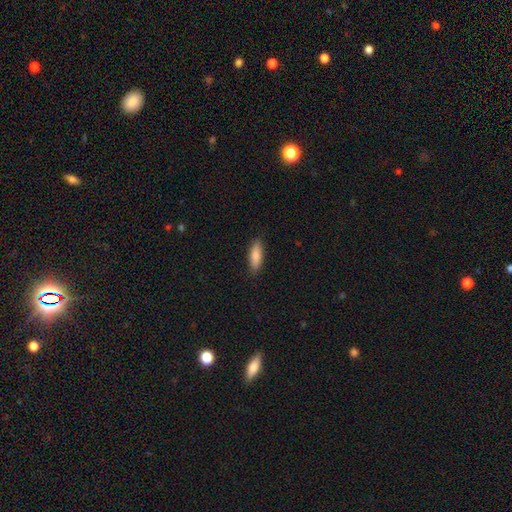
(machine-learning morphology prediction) This is clearly a smooth galaxy (86%). How rounded: possibly in between (53%). Merging: clearly none (88%).